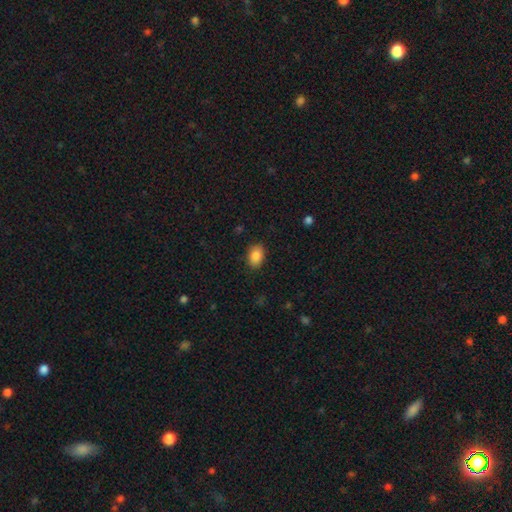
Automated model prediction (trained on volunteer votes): Q: Smooth or featured?
A: smooth (87%); runner-up: star or artifact (8%)
Q: How rounded?
A: in between (81%); runner-up: round (18%)
Q: Merging?
A: none (86%); runner-up: minor disturbance (10%)